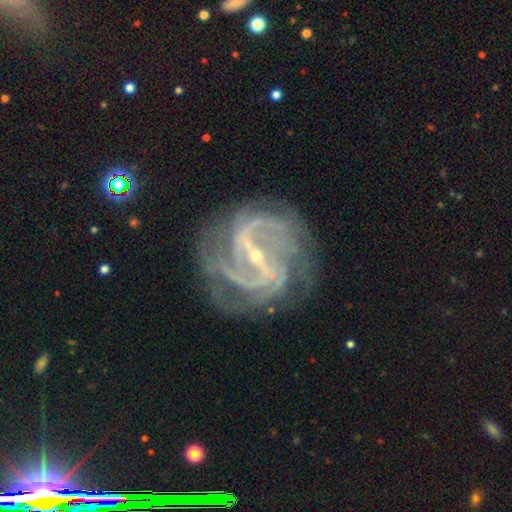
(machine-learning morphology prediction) featured or disk 92%, star or artifact 5%, smooth 3%. Down the decision tree: edge-on disk — no (97%); bar — strong (63%); spiral arms — yes (98%); spiral arm count — 2 (32%); spiral winding — medium (46%); bulge size — small (82%); merging — none (73%).